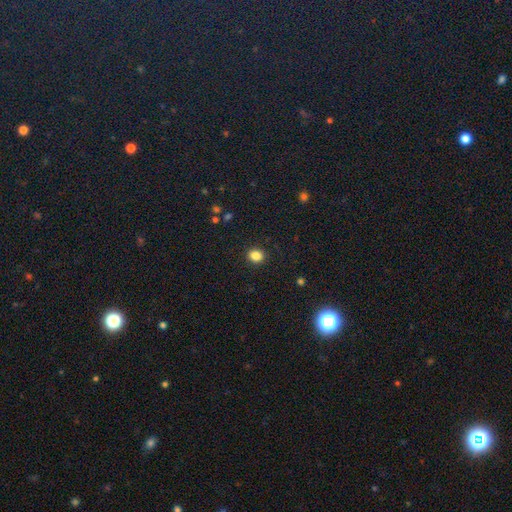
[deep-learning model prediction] Q: Smooth or featured?
A: smooth (85%); runner-up: star or artifact (11%)
Q: How rounded?
A: round (71%); runner-up: in between (28%)
Q: Merging?
A: none (91%); runner-up: minor disturbance (6%)